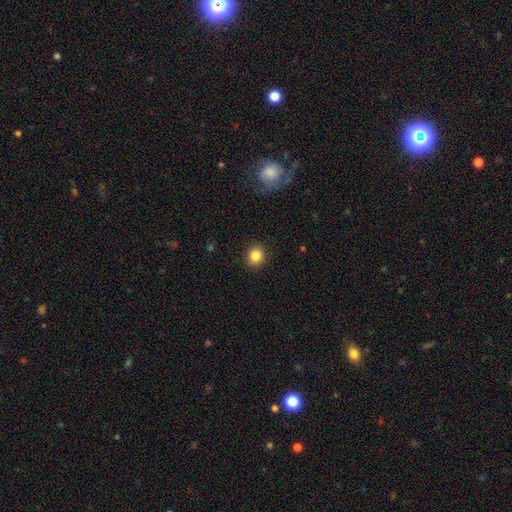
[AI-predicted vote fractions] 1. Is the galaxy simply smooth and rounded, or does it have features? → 84% smooth, 11% star or artifact, 5% featured or disk.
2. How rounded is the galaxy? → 87% round, 12% in between, 1% cigar-shaped.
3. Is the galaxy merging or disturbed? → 91% none, 6% minor disturbance, 2% major disturbance, 1% merger.